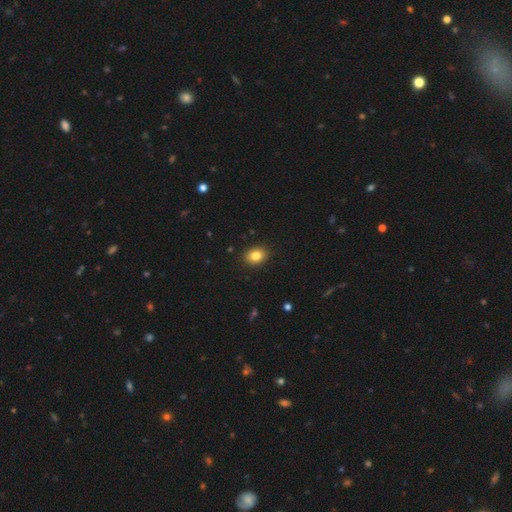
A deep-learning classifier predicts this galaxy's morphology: The model was most divided on "how rounded": in between: 66%, round: 33%, cigar-shaped: 1%. More confident: merging — none (90%); smooth or featured — smooth (85%).